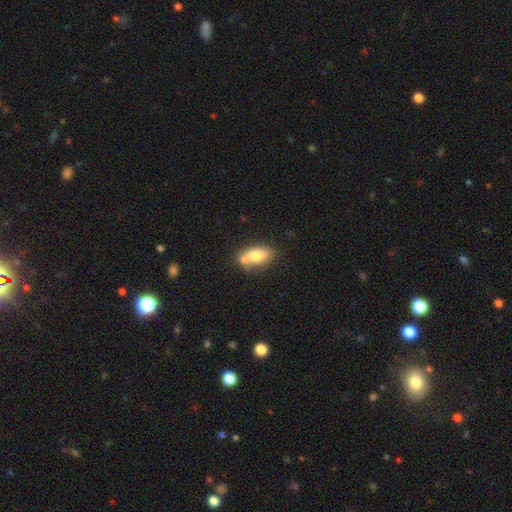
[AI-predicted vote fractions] Smooth or featured: smooth — 74% (featured or disk — 19%)
How rounded: in between — 85% (round — 8%)
Merging: none — 49% (merger — 32%)